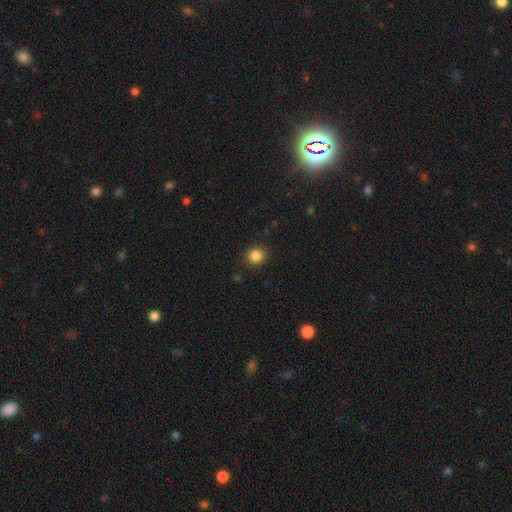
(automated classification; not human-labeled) Q: Smooth or featured?
A: smooth (85%); runner-up: star or artifact (11%)
Q: How rounded?
A: round (84%); runner-up: in between (15%)
Q: Merging?
A: none (91%); runner-up: minor disturbance (6%)